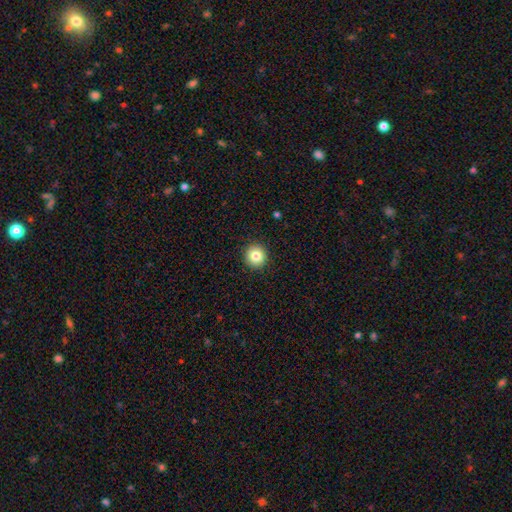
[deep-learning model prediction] Smooth or featured? Predicted: smooth (p=0.83). How rounded? Predicted: round (p=0.93). Merging? Predicted: none (p=0.93).